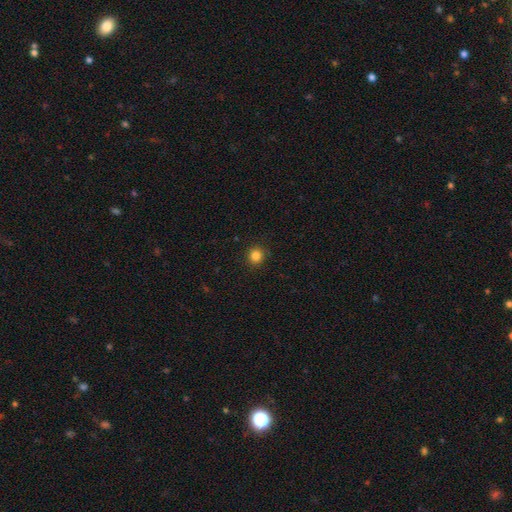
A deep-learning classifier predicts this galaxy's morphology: Smooth or featured?
  - smooth: 83% *
  - star or artifact: 13%
  - featured or disk: 4%
How rounded?
  - round: 92% *
  - in between: 7%
  - cigar-shaped: 1%
Merging?
  - none: 91% *
  - minor disturbance: 6%
  - major disturbance: 2%
  - merger: 1%